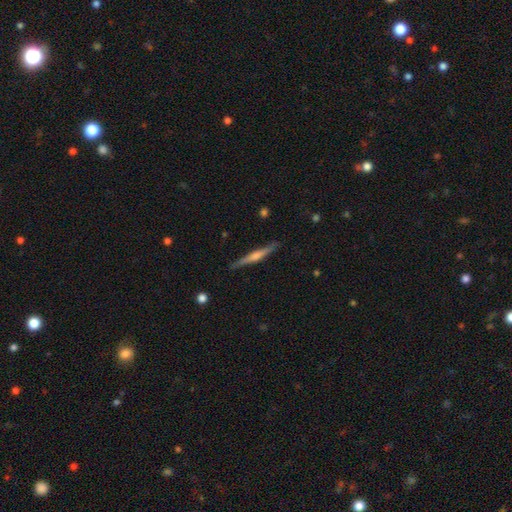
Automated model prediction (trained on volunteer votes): Morphology: type=featured or disk (73%); edge-on=yes (98%); edge-on bulge=rounded (72%); merging=none (89%).